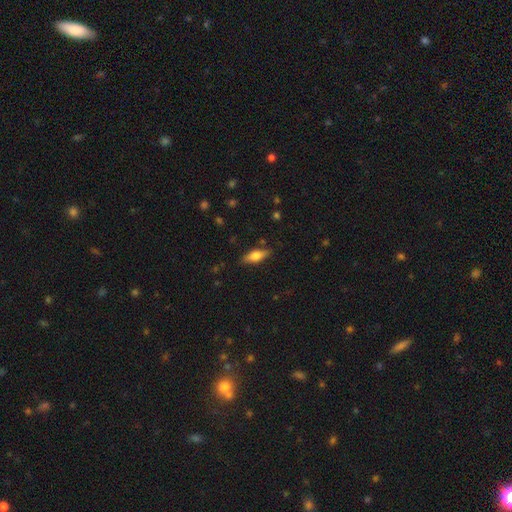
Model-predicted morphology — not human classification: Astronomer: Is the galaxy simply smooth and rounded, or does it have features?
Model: smooth — 62%.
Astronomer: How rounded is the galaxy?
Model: in between — 65%.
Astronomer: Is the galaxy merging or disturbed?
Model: none — 83%.